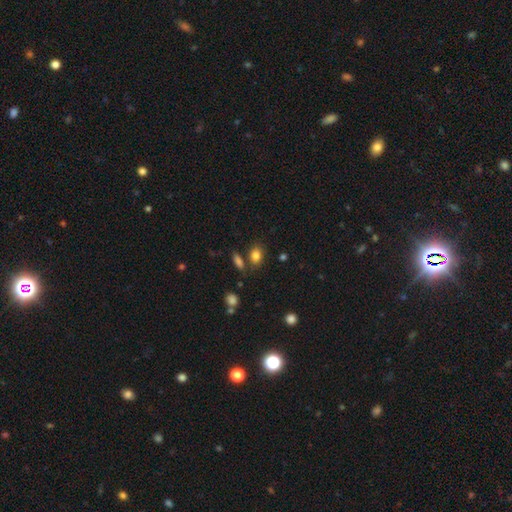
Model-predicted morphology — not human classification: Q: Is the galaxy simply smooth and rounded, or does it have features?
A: smooth — 84%.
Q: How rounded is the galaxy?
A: in between — 74%.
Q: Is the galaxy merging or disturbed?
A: none — 72%.